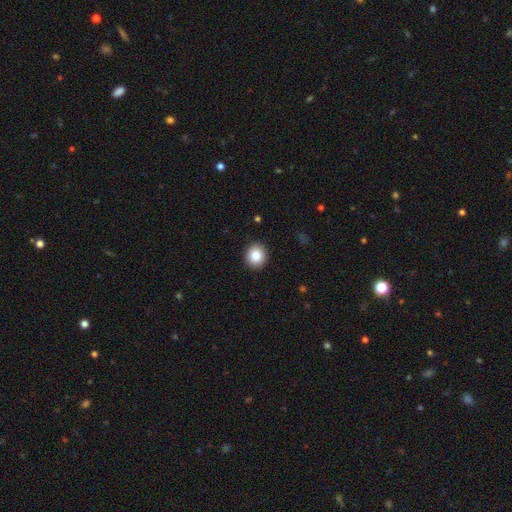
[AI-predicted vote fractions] Morphology: type=smooth (83%); roundness=round (84%); merging=none (92%).